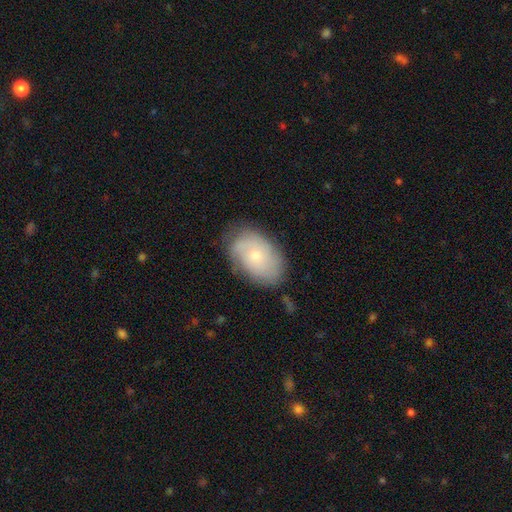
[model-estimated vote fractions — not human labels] A featured or disk galaxy (48%). Merging: none (74%).